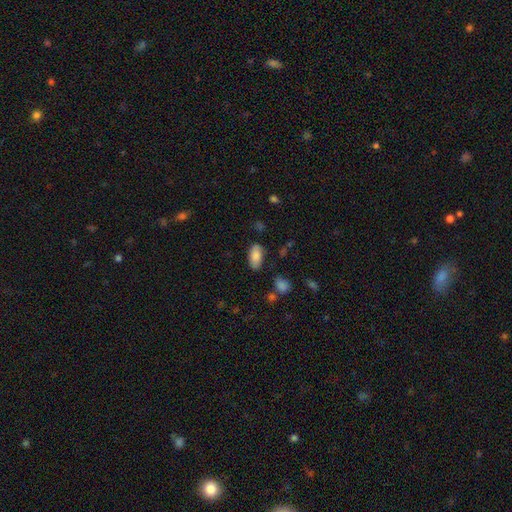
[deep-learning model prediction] smooth-or-featured: smooth: 84% | featured or disk: 8% | star or artifact: 7%
  how-rounded: in between: 90% | cigar-shaped: 7% | round: 3%
  merging: none: 77% | minor disturbance: 16% | major disturbance: 4% | merger: 3%